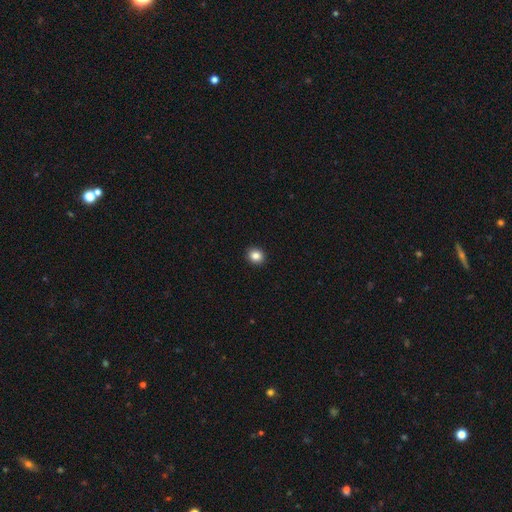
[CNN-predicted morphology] Q: Smooth or featured?
A: smooth (85%); runner-up: star or artifact (10%)
Q: How rounded?
A: round (78%); runner-up: in between (21%)
Q: Merging?
A: none (93%); runner-up: minor disturbance (5%)